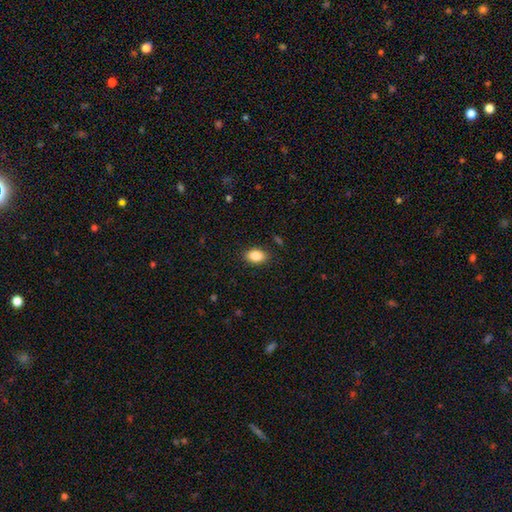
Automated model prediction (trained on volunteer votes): Smooth or featured?
  - smooth: 85% *
  - star or artifact: 8%
  - featured or disk: 6%
How rounded?
  - in between: 86% *
  - round: 13%
  - cigar-shaped: 2%
Merging?
  - none: 87% *
  - minor disturbance: 9%
  - major disturbance: 2%
  - merger: 1%